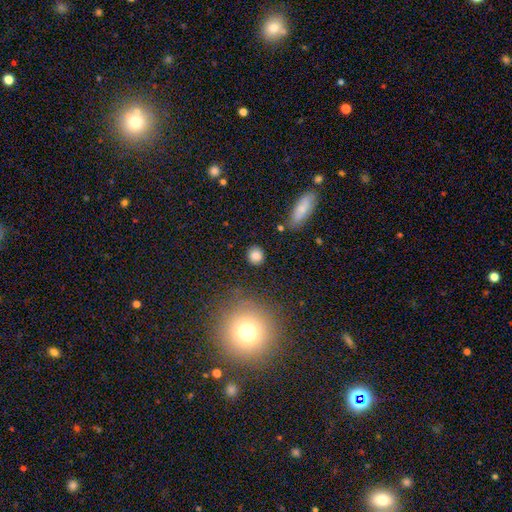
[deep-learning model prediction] Smooth or featured?
  - smooth: 84% *
  - star or artifact: 11%
  - featured or disk: 6%
How rounded?
  - round: 82% *
  - in between: 16%
  - cigar-shaped: 2%
Merging?
  - none: 85% *
  - minor disturbance: 9%
  - major disturbance: 3%
  - merger: 3%